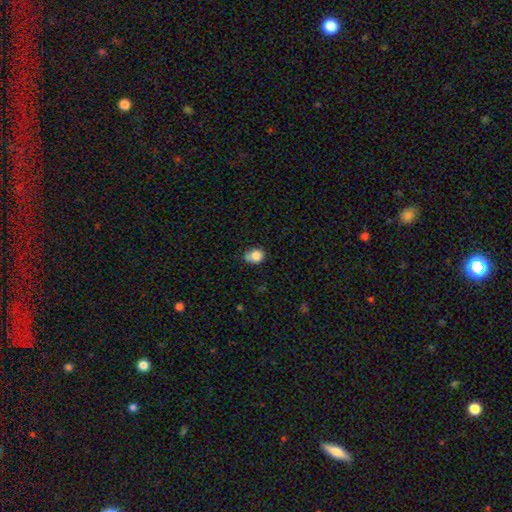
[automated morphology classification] This appears to be a smooth galaxy with no disk features (83%) that is round (60%). Merging: none (51%).